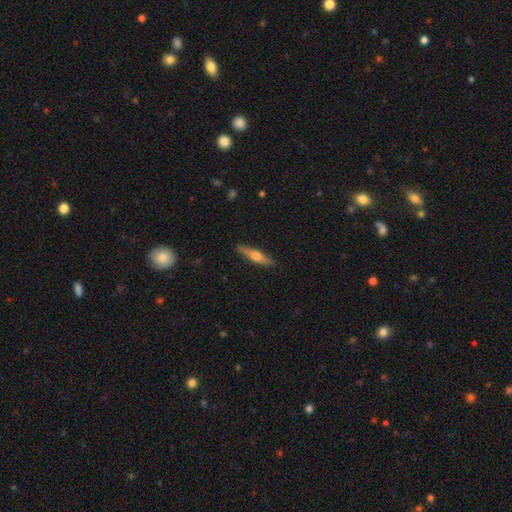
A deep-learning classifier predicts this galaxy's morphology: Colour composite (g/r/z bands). It shows a featured or disk galaxy (61%) viewed edge-on (96%) with a rounded central bulge (89%). Merging: none (89%).